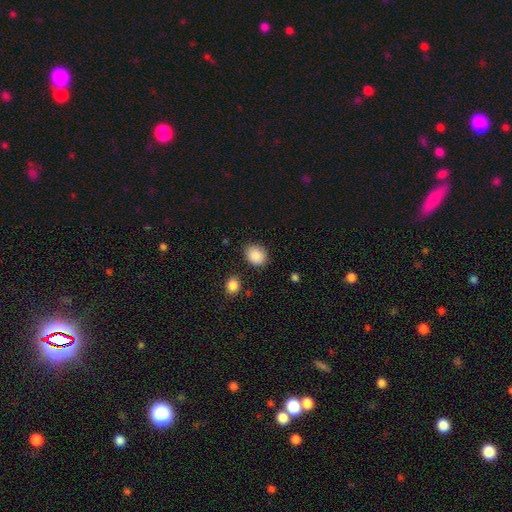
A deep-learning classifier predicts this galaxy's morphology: Smooth or featured? Predicted: smooth (p=0.89). How rounded? Predicted: in between (p=0.53). Merging? Predicted: none (p=0.81).